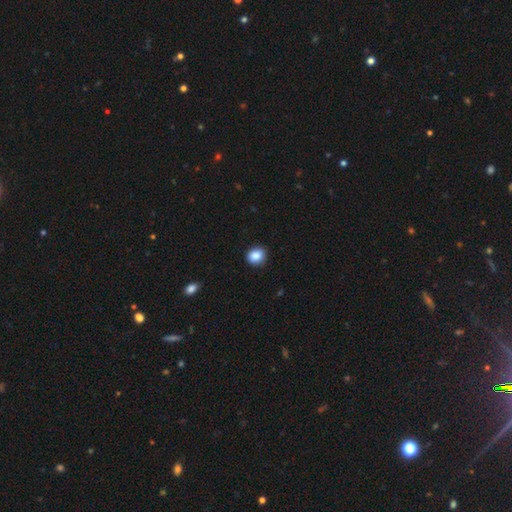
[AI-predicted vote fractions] This is clearly a smooth galaxy (87%). How rounded: likely round (73%). Merging: clearly none (87%).